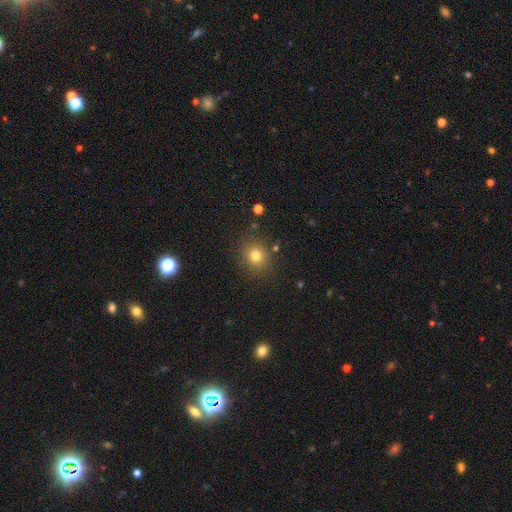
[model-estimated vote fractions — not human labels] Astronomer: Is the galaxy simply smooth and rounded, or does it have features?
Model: smooth — 77%.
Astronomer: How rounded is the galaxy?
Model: round — 80%.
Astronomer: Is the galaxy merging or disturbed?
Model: none — 84%.